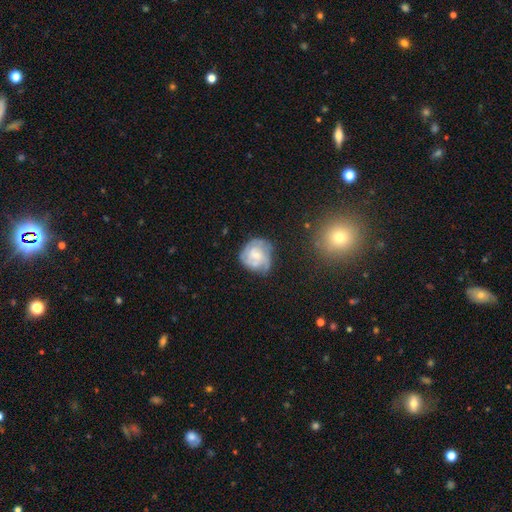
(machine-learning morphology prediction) Smooth or featured? Predicted: featured or disk (p=0.62). Edge-on disk? Predicted: no (p=0.98). Bar? Predicted: no (p=0.68). Spiral arms? Predicted: yes (p=0.79). Bulge size? Predicted: small (p=0.42, tied with moderate). Merging? Predicted: none (p=0.55).